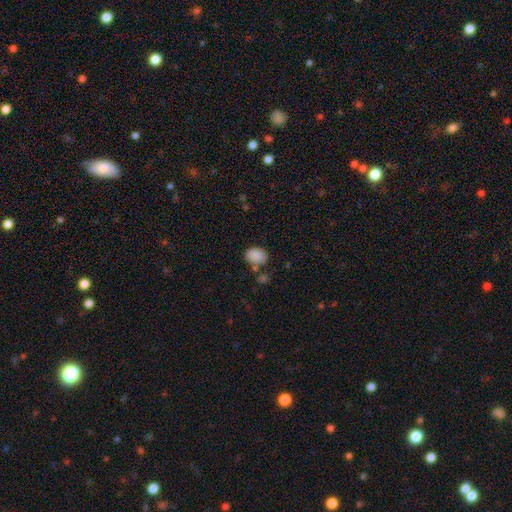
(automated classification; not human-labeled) smooth 88%, star or artifact 9%, featured or disk 4%. Down the decision tree: how rounded — in between (71%); merging — none (71%).